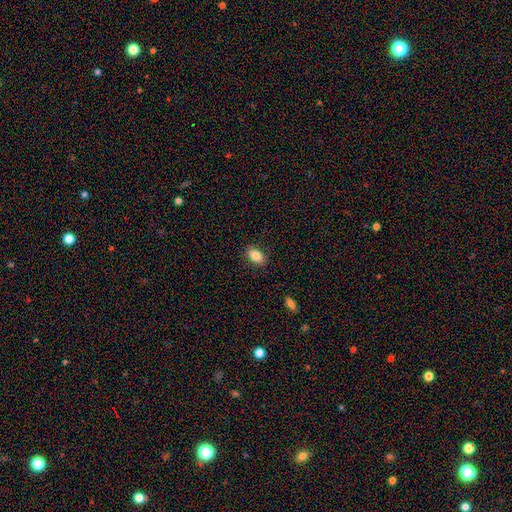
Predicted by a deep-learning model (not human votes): Smooth or featured? Predicted: smooth (p=0.84). How rounded? Predicted: in between (p=0.87). Merging? Predicted: none (p=0.87).